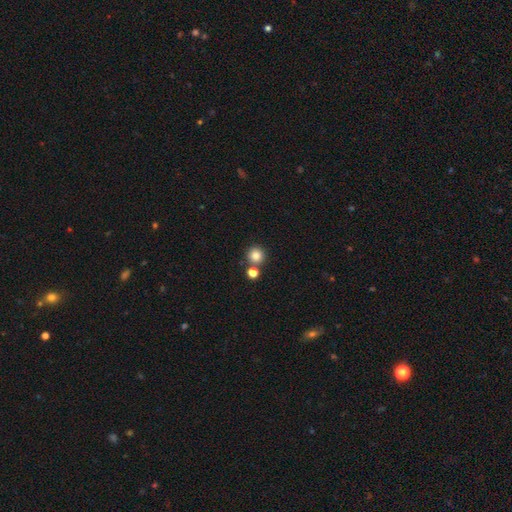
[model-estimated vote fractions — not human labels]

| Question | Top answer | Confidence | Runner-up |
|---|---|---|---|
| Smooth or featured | smooth | 82% | star or artifact (12%) |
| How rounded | round | 93% | in between (6%) |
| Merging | none | 74% | merger (17%) |